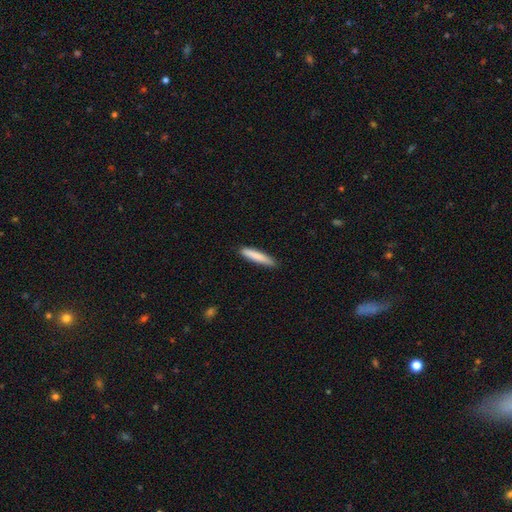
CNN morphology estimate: smooth-or-featured: smooth: 83% | featured or disk: 11% | star or artifact: 6%
  how-rounded: cigar-shaped: 91% | in between: 8% | round: 1%
  merging: none: 88% | minor disturbance: 10% | major disturbance: 2% | merger: 1%